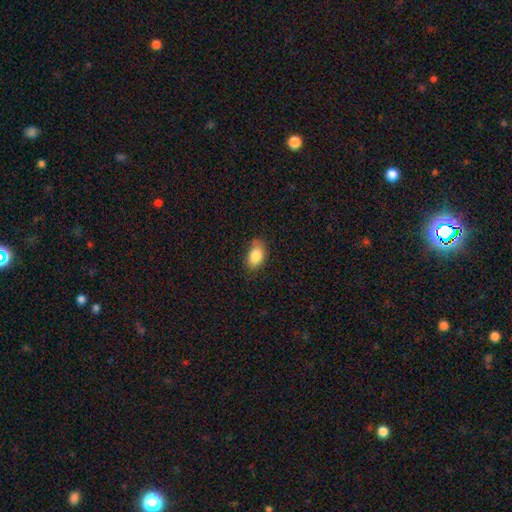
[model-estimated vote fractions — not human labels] Morphology: type=smooth (85%); roundness=in between (89%); merging=none (70%).